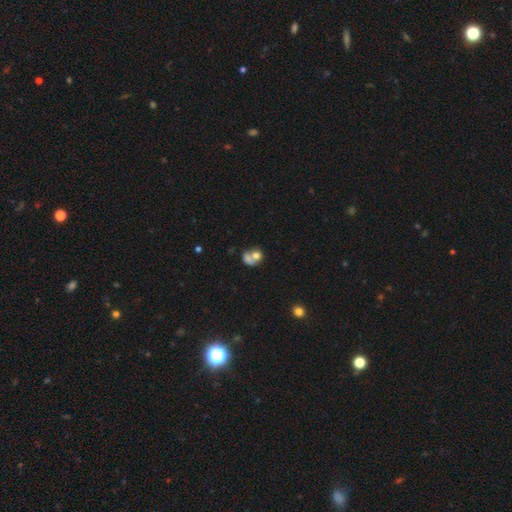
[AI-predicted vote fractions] smooth_or_featured: smooth (p=0.65) [alt: featured or disk p=0.24]
how_rounded: round (p=0.61) [alt: in between p=0.37]
merging: merger (p=0.58) [alt: none p=0.24]